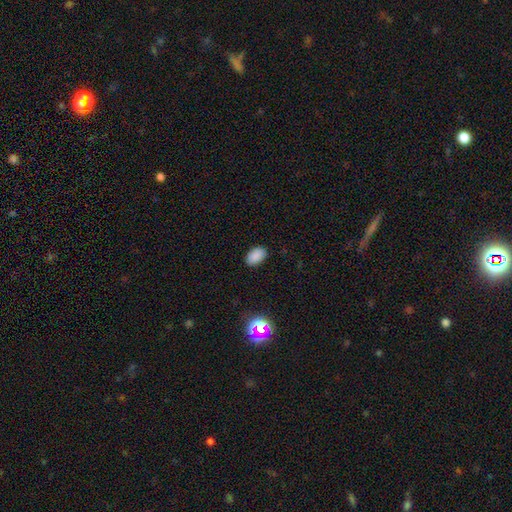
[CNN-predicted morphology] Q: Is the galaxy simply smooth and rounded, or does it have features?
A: smooth — 86%.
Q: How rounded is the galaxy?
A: in between — 91%.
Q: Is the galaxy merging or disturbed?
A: none — 87%.